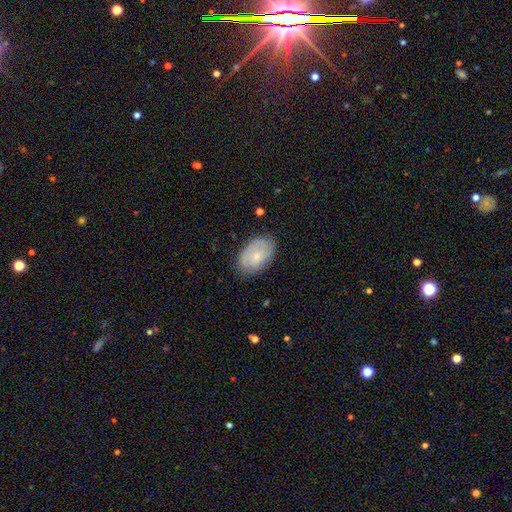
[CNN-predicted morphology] A smooth galaxy with no disk features (58%) that is in between round and cigar-shaped (87%). Merging: none (77%).